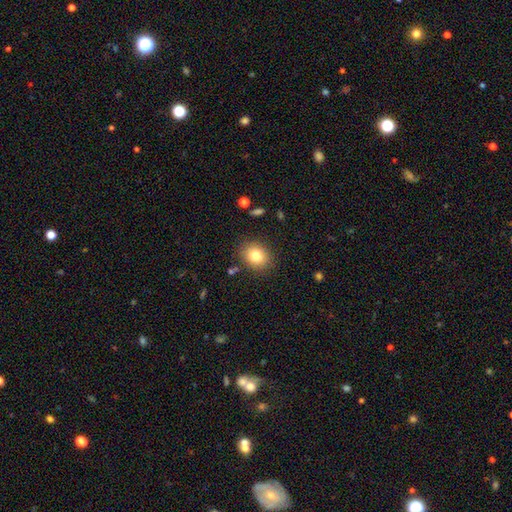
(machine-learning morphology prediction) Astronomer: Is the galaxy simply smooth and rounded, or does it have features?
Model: smooth — 81%.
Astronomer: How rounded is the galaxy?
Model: round — 61% (runner-up: in between, 38%).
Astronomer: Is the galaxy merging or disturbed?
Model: none — 87%.